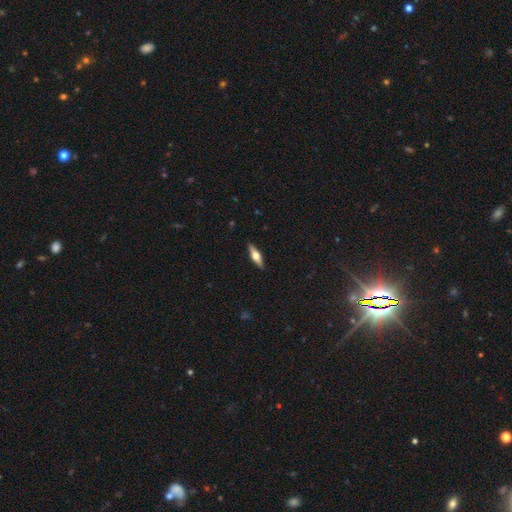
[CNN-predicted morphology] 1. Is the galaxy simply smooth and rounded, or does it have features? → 53% featured or disk, 41% smooth, 6% star or artifact.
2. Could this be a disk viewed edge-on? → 94% yes, 6% no.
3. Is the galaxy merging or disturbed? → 90% none, 7% minor disturbance, 2% major disturbance, 1% merger.